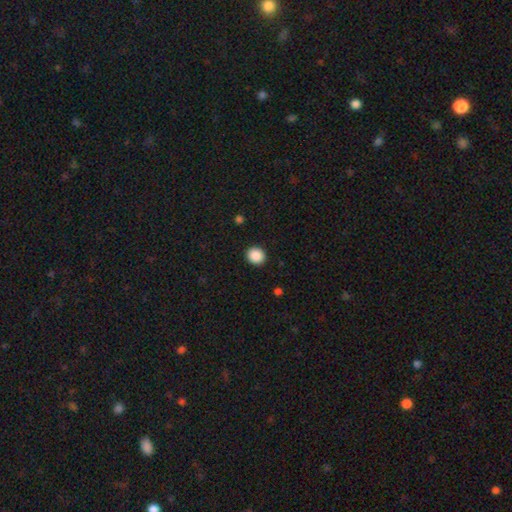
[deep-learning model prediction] This appears to be a smooth galaxy with no disk features (89%) that is round (83%). Merging: none (92%).